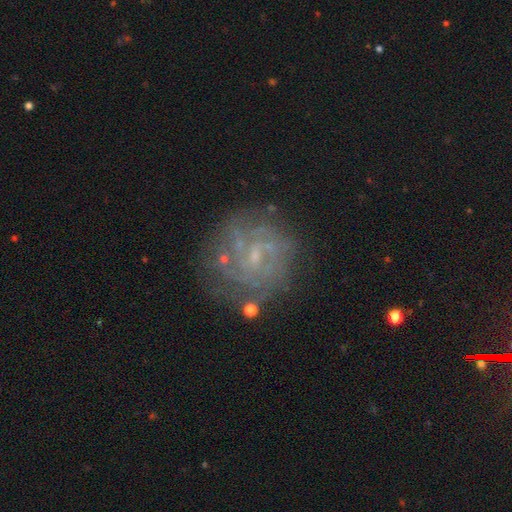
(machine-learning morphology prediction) type=featured or disk (71%); edge-on=no (98%); bar=weak (45%); spiral arms=yes (77%); winding=tight (56%); arm count=can't tell (49%); bulge=small (62%); merging=none (72%).